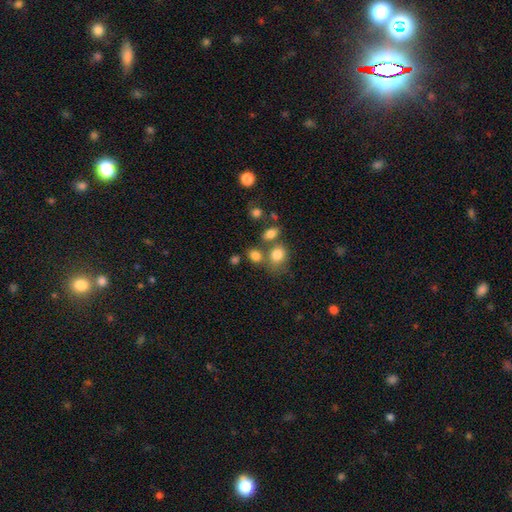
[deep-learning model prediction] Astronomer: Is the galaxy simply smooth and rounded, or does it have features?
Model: smooth — 79%.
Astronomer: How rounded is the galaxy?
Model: in between — 50% (runner-up: round, 49%).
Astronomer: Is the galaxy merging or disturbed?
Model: none — 54%.